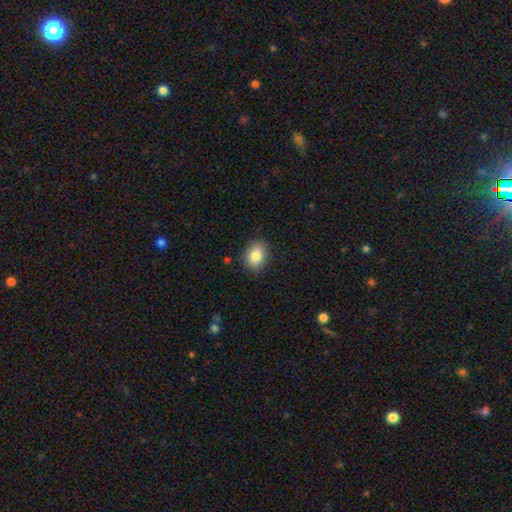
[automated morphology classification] smooth 84%, star or artifact 8%, featured or disk 8%. Down the decision tree: how rounded — in between (66%); merging — none (88%).